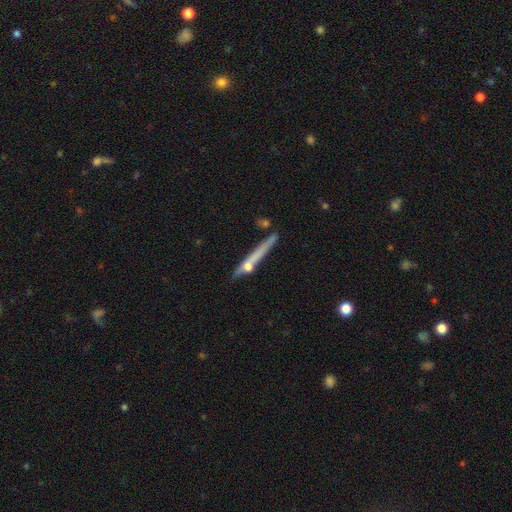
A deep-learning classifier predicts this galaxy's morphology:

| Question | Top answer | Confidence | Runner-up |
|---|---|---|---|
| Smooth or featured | featured or disk | 50% | smooth (42%) |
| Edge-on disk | yes | 92% | no (8%) |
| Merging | none | 65% | minor disturbance (18%) |